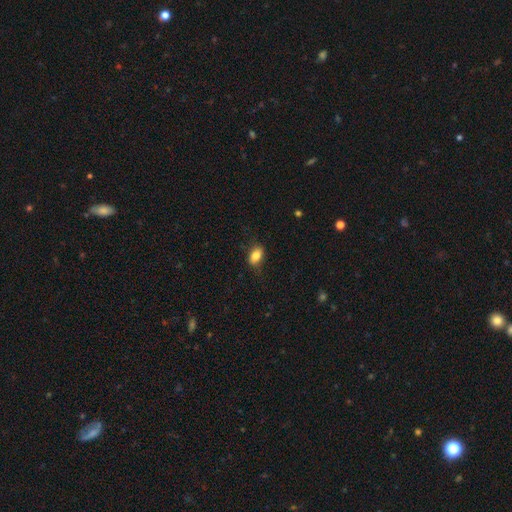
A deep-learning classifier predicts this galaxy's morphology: Overall: smooth (82%). How rounded: in between (86%). Merging: none (79%).